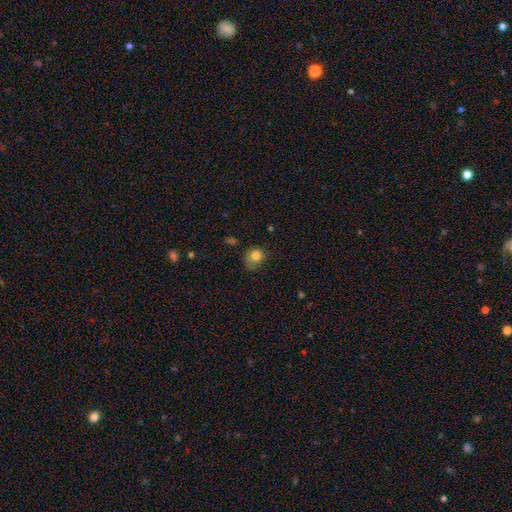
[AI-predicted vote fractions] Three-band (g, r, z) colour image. It shows a smooth galaxy with no disk features (81%) that is round (60%). Merging: none (47%).